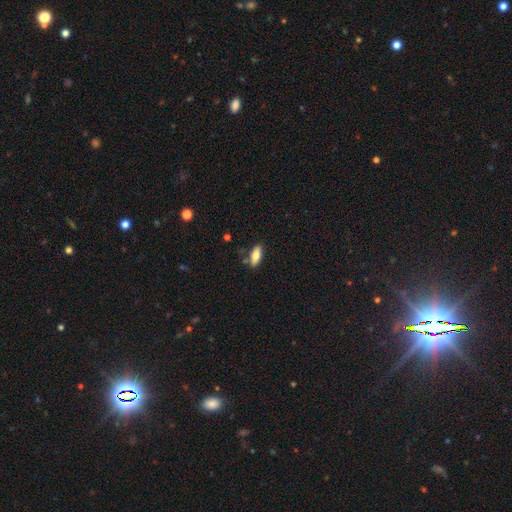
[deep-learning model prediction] A smooth galaxy with no disk features (76%) that is in between round and cigar-shaped (74%). Merging: none (81%).